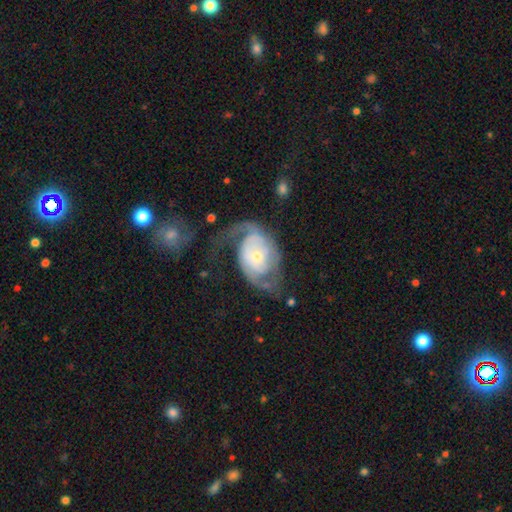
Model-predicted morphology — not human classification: The model was most divided on "merging" (2-way tie): none: 39%, major disturbance: 39%, minor disturbance: 18%, merger: 4%. Remaining: edge-on disk — no (97%); spiral arms — yes (90%); smooth or featured — featured or disk (81%); bar — no (68%); spiral arm count — 2 (67%); bulge size — small (60%); spiral winding — medium (39%).